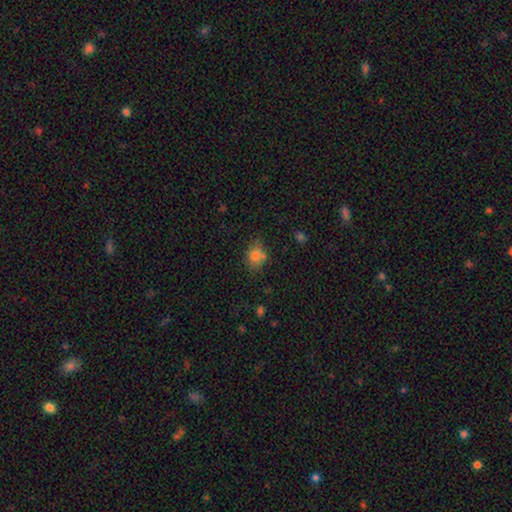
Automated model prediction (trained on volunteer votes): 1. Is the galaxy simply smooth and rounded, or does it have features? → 78% smooth, 12% star or artifact, 10% featured or disk.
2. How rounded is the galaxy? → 52% round, 46% in between, 1% cigar-shaped.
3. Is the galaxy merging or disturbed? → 66% none, 20% minor disturbance, 9% merger, 5% major disturbance.